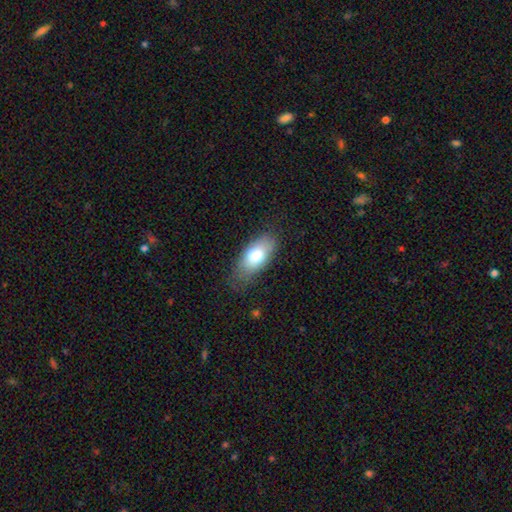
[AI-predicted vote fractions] Smooth or featured? Predicted: smooth (p=0.77). How rounded? Predicted: in between (p=0.89). Merging? Predicted: none (p=0.70).